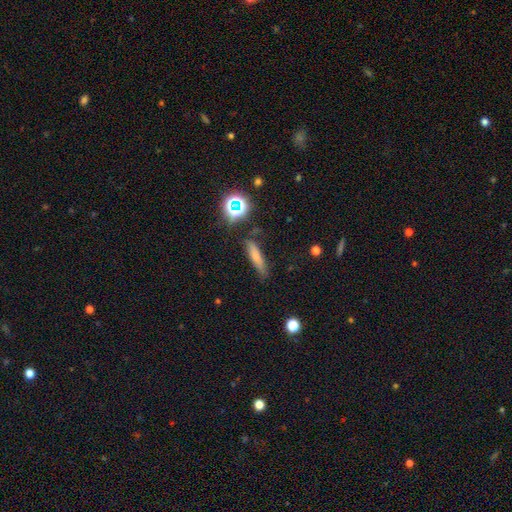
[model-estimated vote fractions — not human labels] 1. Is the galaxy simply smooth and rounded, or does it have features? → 68% smooth, 16% featured or disk, 15% star or artifact.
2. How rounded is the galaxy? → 78% cigar-shaped, 18% in between, 4% round.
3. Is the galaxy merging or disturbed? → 76% none, 15% minor disturbance, 4% major disturbance, 4% merger.